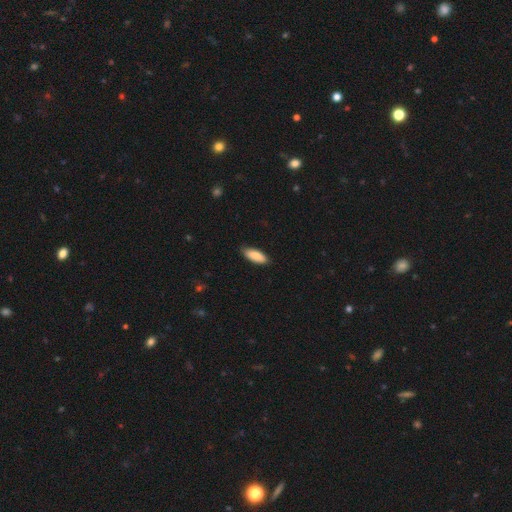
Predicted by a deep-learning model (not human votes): Q: Smooth or featured?
A: smooth (88%); runner-up: featured or disk (7%)
Q: How rounded?
A: in between (76%); runner-up: cigar-shaped (23%)
Q: Merging?
A: none (83%); runner-up: minor disturbance (14%)